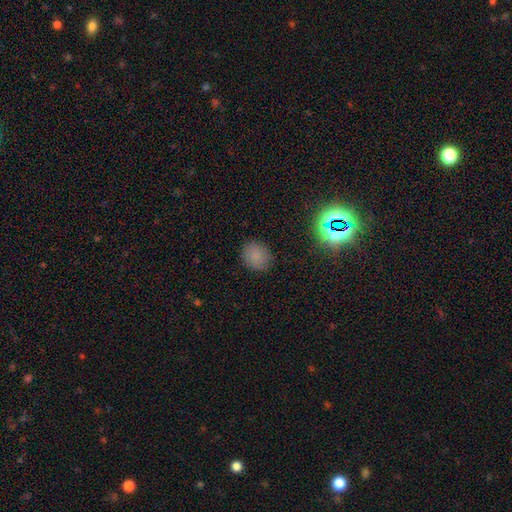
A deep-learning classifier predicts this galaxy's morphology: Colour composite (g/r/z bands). It shows a smooth galaxy with no disk features (79%) that is round (74%). Merging: none (87%).